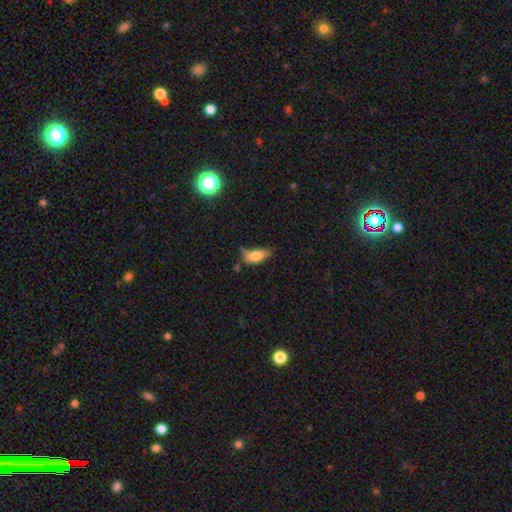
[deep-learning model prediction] Q: Smooth or featured?
A: smooth (79%); runner-up: featured or disk (12%)
Q: How rounded?
A: in between (82%); runner-up: cigar-shaped (15%)
Q: Merging?
A: none (43%); runner-up: minor disturbance (33%)